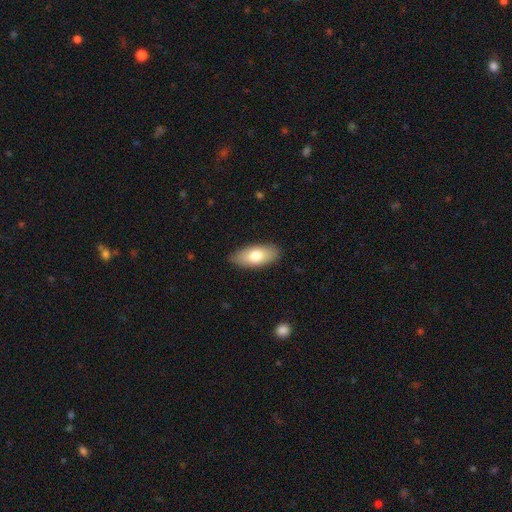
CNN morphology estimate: Smooth or featured? smooth (75%)
How rounded? in between (88%)
Merging? none (86%)